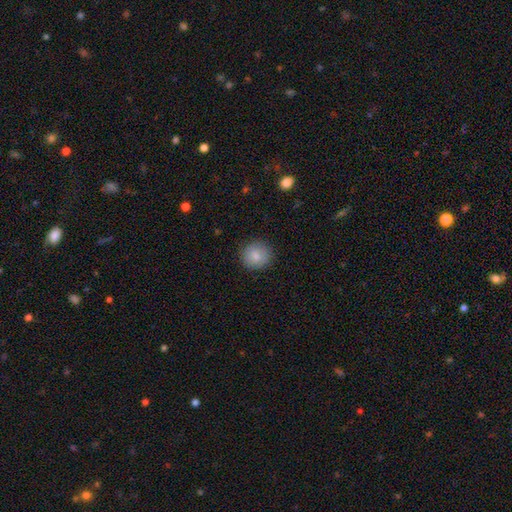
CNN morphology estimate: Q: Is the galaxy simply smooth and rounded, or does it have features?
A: smooth — 83%.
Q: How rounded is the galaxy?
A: round — 90%.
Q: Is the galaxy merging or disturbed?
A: none — 87%.